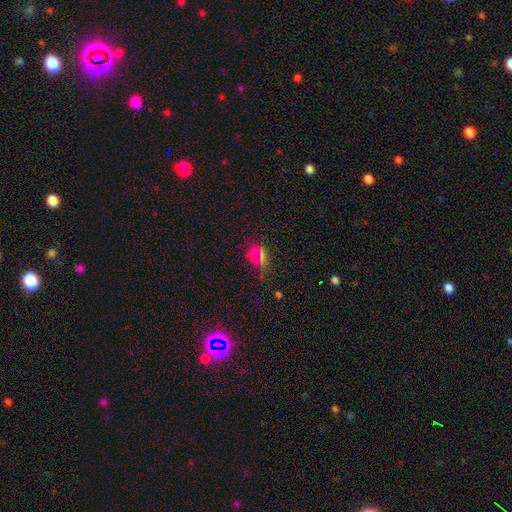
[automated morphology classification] Smooth or featured: smooth — 63% (star or artifact — 29%)
How rounded: round — 59% (in between — 37%)
Merging: none — 78% (minor disturbance — 12%)